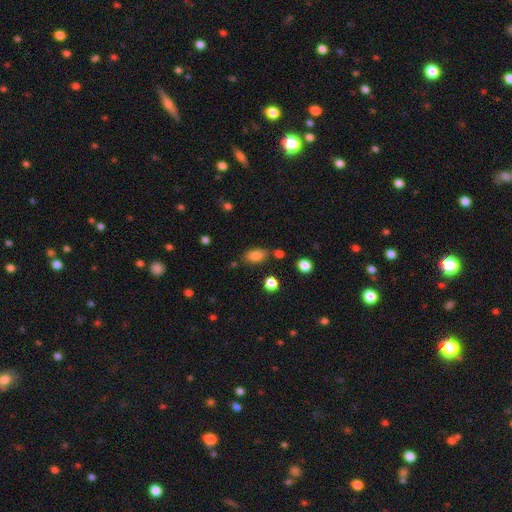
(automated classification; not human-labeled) smooth 84%, star or artifact 10%, featured or disk 6%. Down the decision tree: how rounded — in between (87%); merging — none (75%).